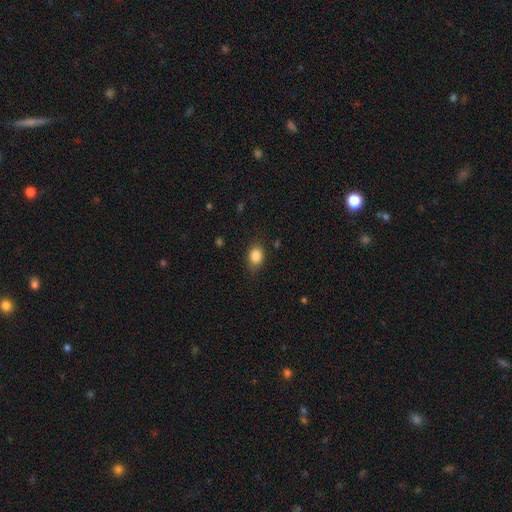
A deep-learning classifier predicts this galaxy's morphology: A smooth galaxy with no disk features (85%) that is in between round and cigar-shaped (66%).

Vote fractions:
- Smooth or featured? smooth: 85% / star or artifact: 9% / featured or disk: 5%
- How rounded? in between: 66% / round: 32% / cigar-shaped: 1%
- Merging? none: 79% / minor disturbance: 16% / major disturbance: 4% / merger: 1%